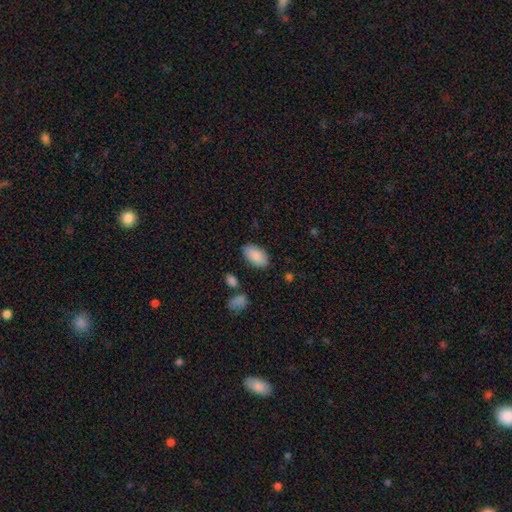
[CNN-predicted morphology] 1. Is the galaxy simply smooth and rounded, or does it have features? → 88% smooth, 6% star or artifact, 5% featured or disk.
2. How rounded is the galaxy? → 95% in between, 3% round, 2% cigar-shaped.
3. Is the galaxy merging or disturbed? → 84% none, 11% minor disturbance, 3% major disturbance, 2% merger.